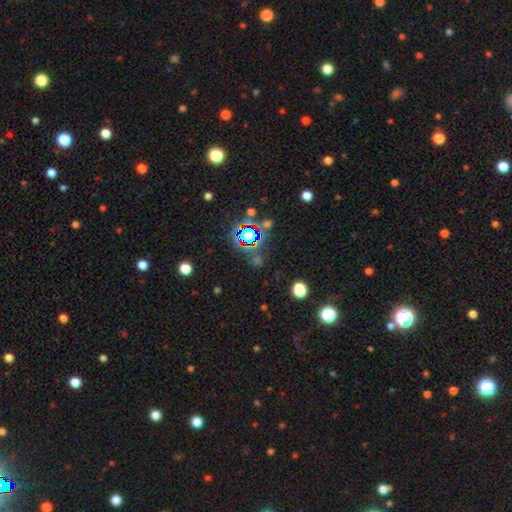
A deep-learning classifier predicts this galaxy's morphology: Smooth or featured? Predicted: star or artifact (p=0.75).